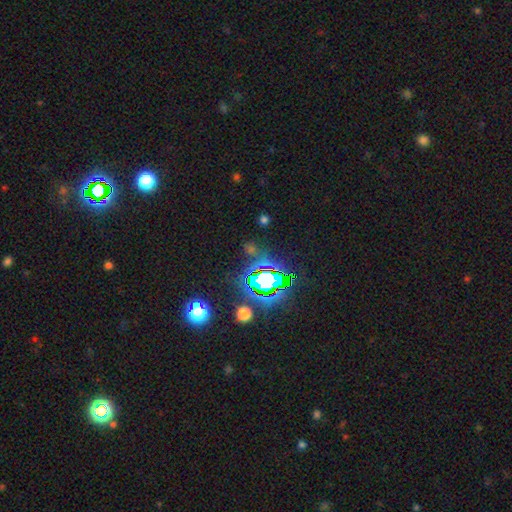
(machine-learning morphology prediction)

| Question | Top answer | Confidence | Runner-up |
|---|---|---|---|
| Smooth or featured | star or artifact | 75% | smooth (16%) |